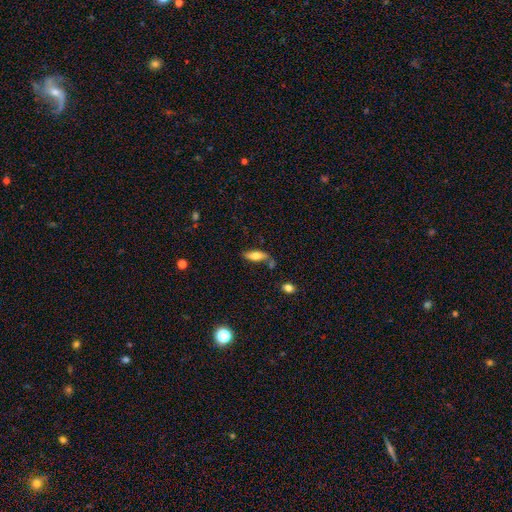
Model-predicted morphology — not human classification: This appears to be a smooth galaxy with no disk features (64%) that is in between round and cigar-shaped (60%). Merging: none (63%).